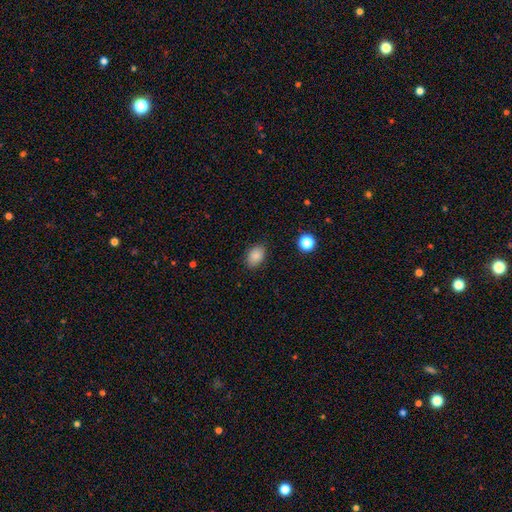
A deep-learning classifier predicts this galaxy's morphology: Q: Smooth or featured?
A: smooth (86%); runner-up: star or artifact (9%)
Q: How rounded?
A: in between (79%); runner-up: round (19%)
Q: Merging?
A: none (85%); runner-up: minor disturbance (11%)